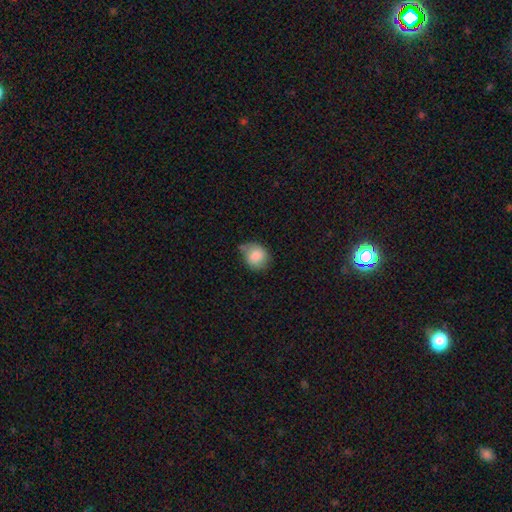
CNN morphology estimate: smooth 83%, featured or disk 9%, star or artifact 8%. Down the decision tree: how rounded — round (71%); merging — none (48%).